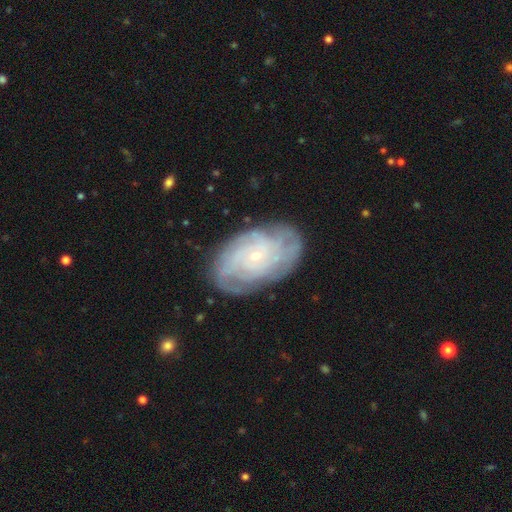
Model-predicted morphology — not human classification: This appears to be a featured or disk galaxy (82%) with no bar (78%), tight (74%) spiral arms (94%) and a small central bulge (86%). Merging: none (77%).